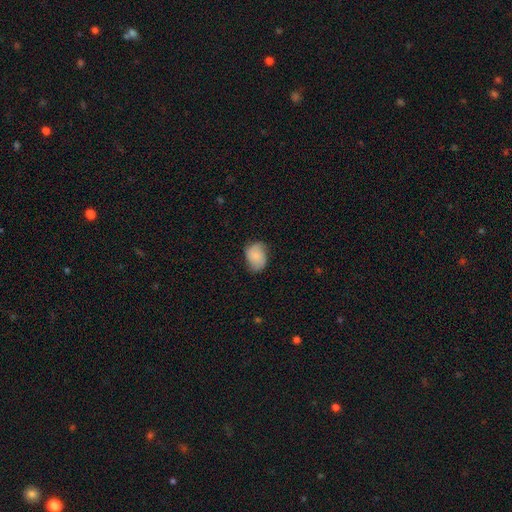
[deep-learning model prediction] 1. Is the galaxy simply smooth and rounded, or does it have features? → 74% smooth, 18% featured or disk, 7% star or artifact.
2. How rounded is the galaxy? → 72% in between, 27% round, 1% cigar-shaped.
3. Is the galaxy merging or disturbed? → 60% none, 32% minor disturbance, 7% major disturbance, 1% merger.